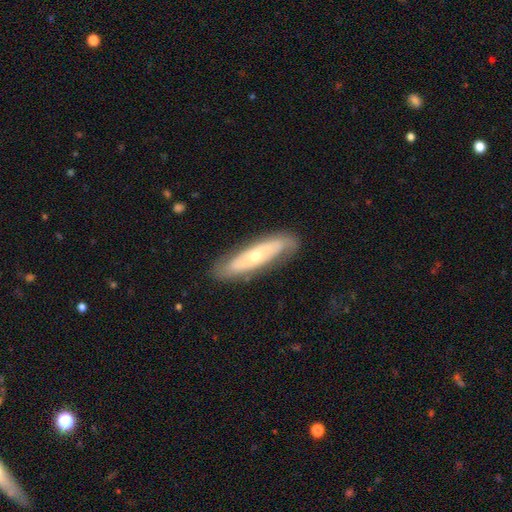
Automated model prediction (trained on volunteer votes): This appears to be a featured or disk galaxy (59%). Merging: none (79%).